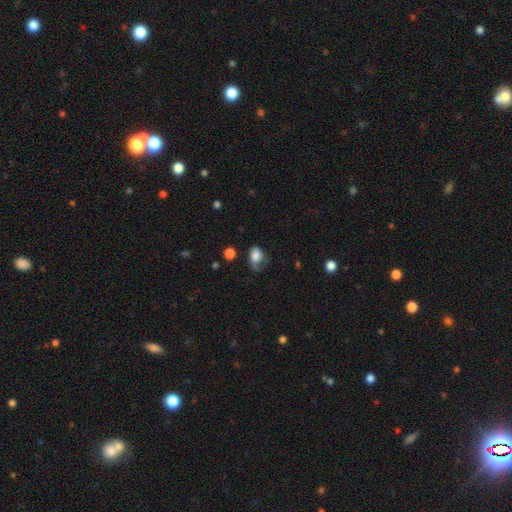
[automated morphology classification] The model was most divided on "merging": none: 38%, minor disturbance: 37%, major disturbance: 22%, merger: 3%. More confident: how rounded — in between (78%); smooth or featured — smooth (75%).